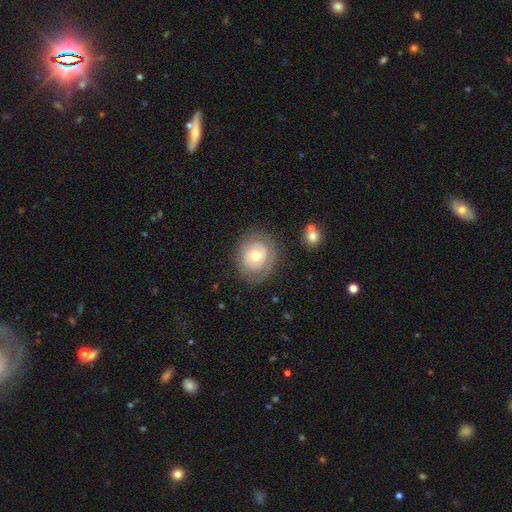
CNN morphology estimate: featured or disk 56%, smooth 38%, star or artifact 7%. Down the decision tree: edge-on disk — no (96%); bar — no (80%); spiral arms — no (53%); bulge size — moderate (73%); merging — none (74%).